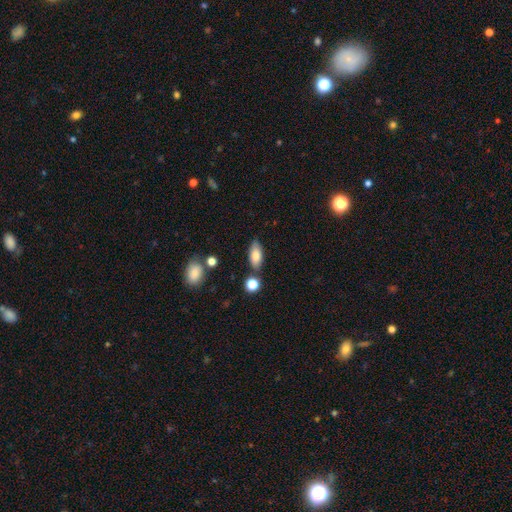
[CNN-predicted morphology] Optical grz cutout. It shows a smooth galaxy with no disk features (80%) that is in between round and cigar-shaped (87%). Merging: none (76%).